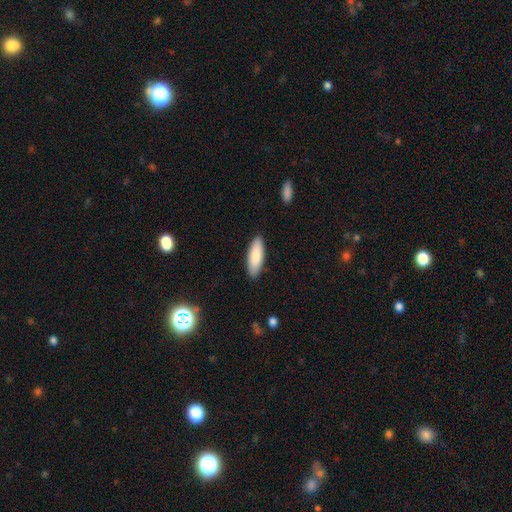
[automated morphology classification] A smooth galaxy with no disk features (85%) that is in between round and cigar-shaped (59%).

Vote fractions:
- Smooth or featured? smooth: 85% / featured or disk: 10% / star or artifact: 5%
- How rounded? in between: 59% / cigar-shaped: 39% / round: 1%
- Merging? none: 88% / minor disturbance: 9% / major disturbance: 2% / merger: 1%